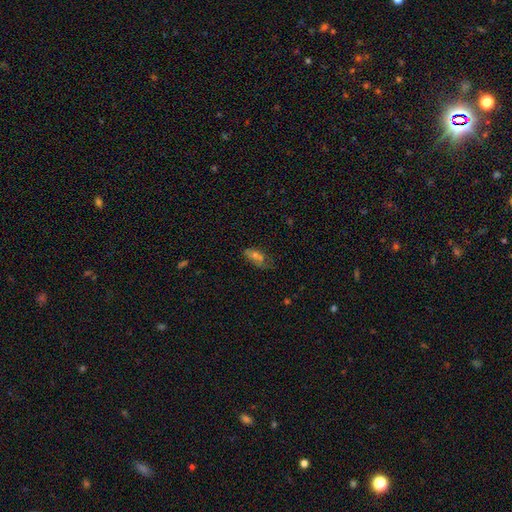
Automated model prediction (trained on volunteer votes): Q: Smooth or featured?
A: smooth (47%); runner-up: featured or disk (33%)
Q: Merging?
A: none (53%); runner-up: minor disturbance (27%)